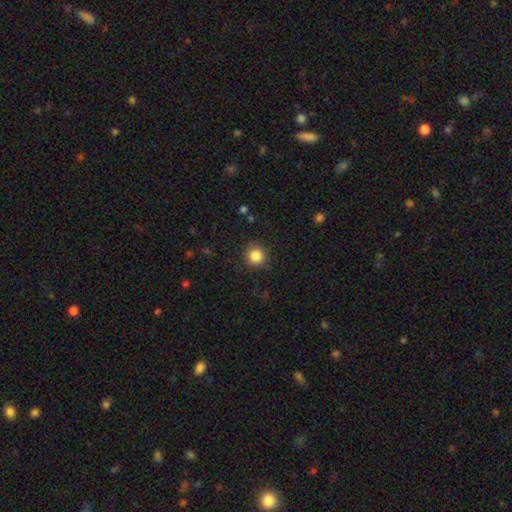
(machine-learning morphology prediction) A smooth galaxy with no disk features (85%) that is round (94%). Merging: none (89%).